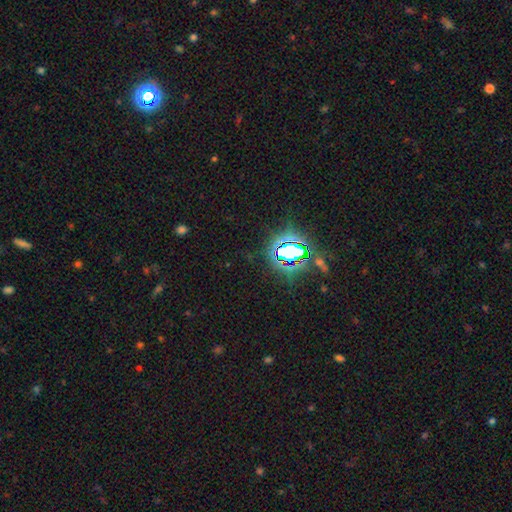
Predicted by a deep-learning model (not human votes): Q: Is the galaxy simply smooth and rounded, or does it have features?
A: star or artifact — 81%.